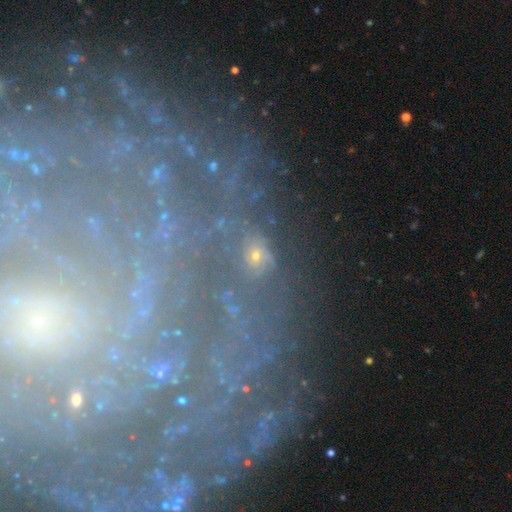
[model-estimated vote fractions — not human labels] smooth-or-featured: star or artifact: 45% | featured or disk: 31% | smooth: 24%